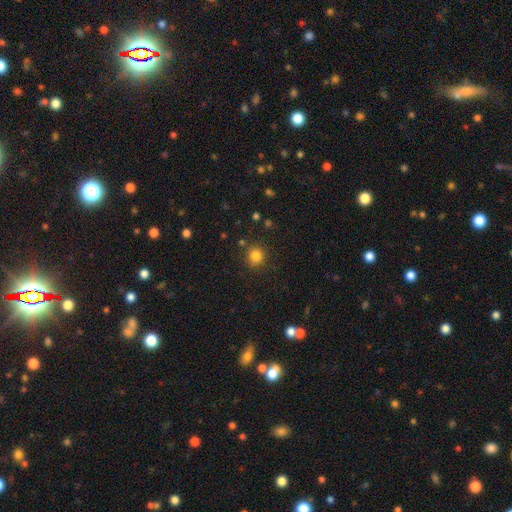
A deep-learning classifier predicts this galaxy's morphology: type=smooth (83%); roundness=round (88%); merging=none (86%).